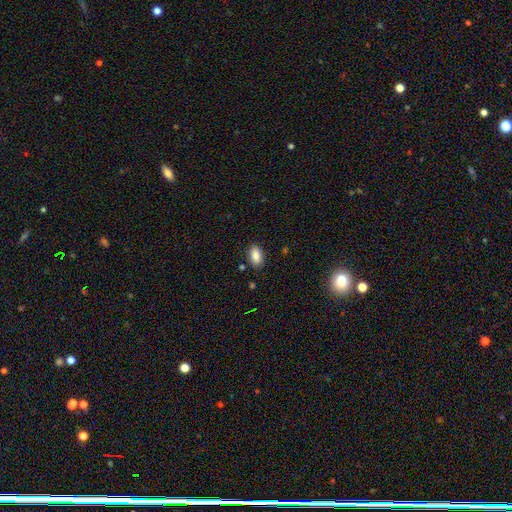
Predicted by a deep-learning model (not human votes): smooth_or_featured: smooth (p=0.88) [alt: star or artifact p=0.08]
how_rounded: in between (p=0.92) [alt: round p=0.05]
merging: none (p=0.85) [alt: minor disturbance p=0.11]